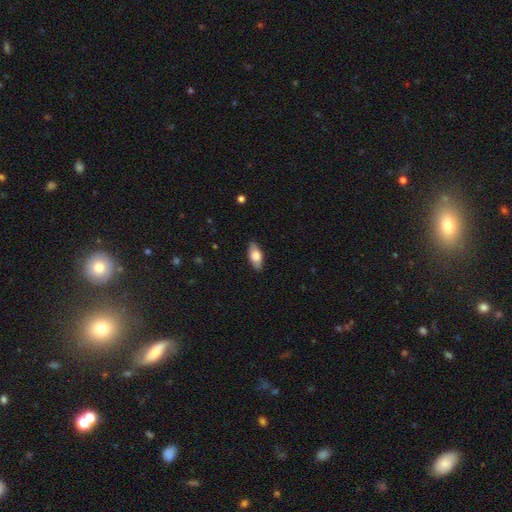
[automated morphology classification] A smooth galaxy with no disk features (72%) that is in between round and cigar-shaped (86%).

Vote fractions:
- Smooth or featured? smooth: 72% / featured or disk: 22% / star or artifact: 6%
- How rounded? in between: 86% / cigar-shaped: 11% / round: 3%
- Merging? none: 87% / minor disturbance: 10% / major disturbance: 2% / merger: 1%